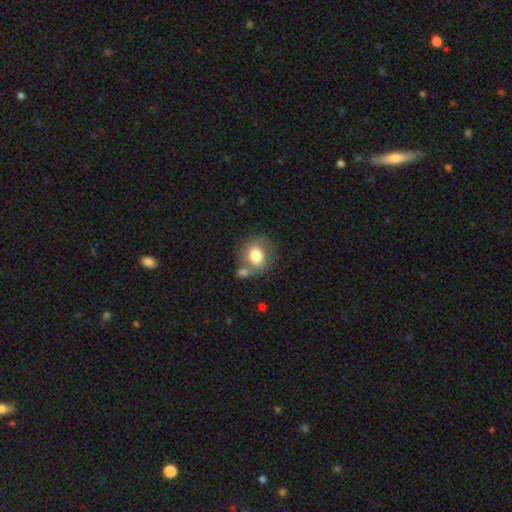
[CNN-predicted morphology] The model was most divided on "merging": none: 55%, merger: 24%, minor disturbance: 15%, major disturbance: 6%. More confident: smooth or featured — smooth (76%); how rounded — round (73%).